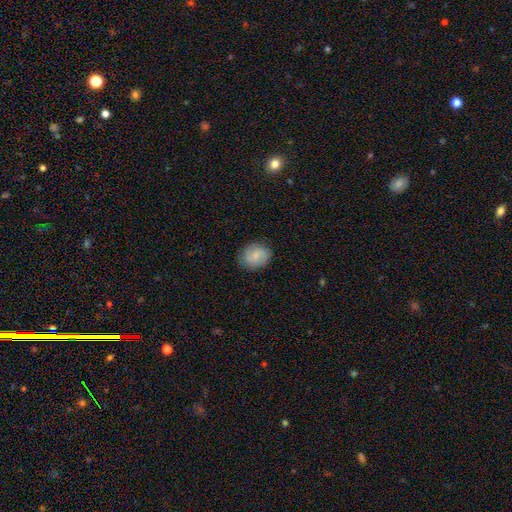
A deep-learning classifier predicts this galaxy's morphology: smooth_or_featured: smooth (p=0.78) [alt: featured or disk p=0.15]
how_rounded: round (p=0.60) [alt: in between p=0.39]
merging: none (p=0.84) [alt: minor disturbance p=0.12]